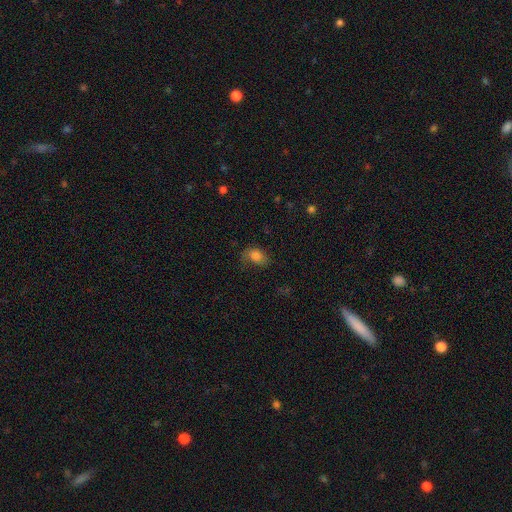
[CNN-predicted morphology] type=smooth (78%); roundness=in between (77%); merging=none (49%).